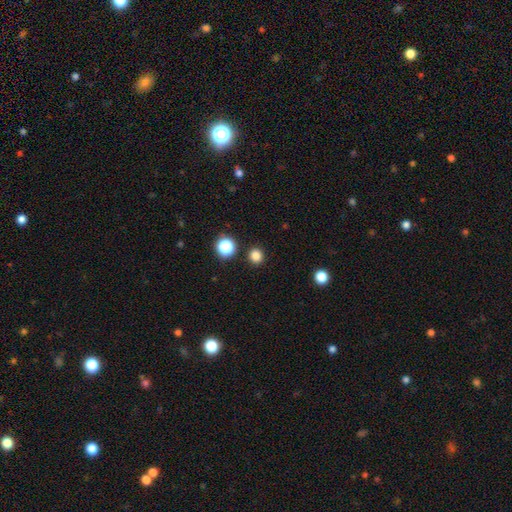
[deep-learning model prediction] smooth_or_featured: smooth (p=0.83) [alt: star or artifact p=0.14]
how_rounded: round (p=0.91) [alt: in between p=0.08]
merging: none (p=0.91) [alt: minor disturbance p=0.05]